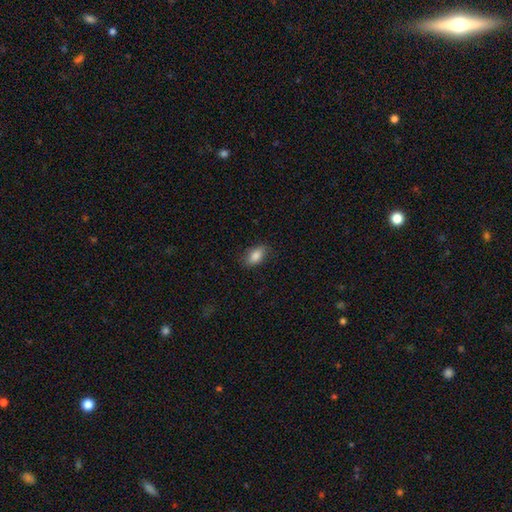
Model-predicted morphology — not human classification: A smooth galaxy with no disk features (86%) that is in between round and cigar-shaped (89%). Merging: none (82%).